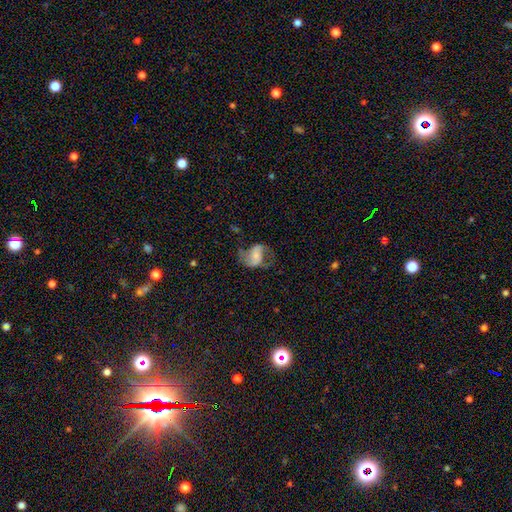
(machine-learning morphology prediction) featured or disk 67%, smooth 25%, star or artifact 8%. Down the decision tree: edge-on disk — no (97%); bar — no (43%); spiral arms — yes (88%); spiral arm count — 2 (88%); spiral winding — loose (48%); bulge size — small (47%); merging — none (55%).